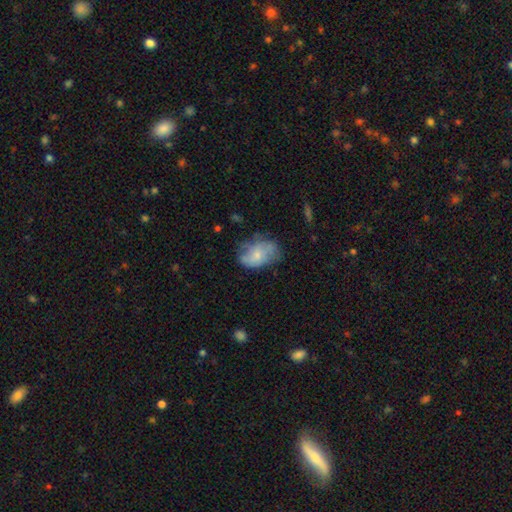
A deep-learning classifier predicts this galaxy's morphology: Smooth or featured? smooth (58%)
How rounded? in between (84%)
Merging? none (47%)